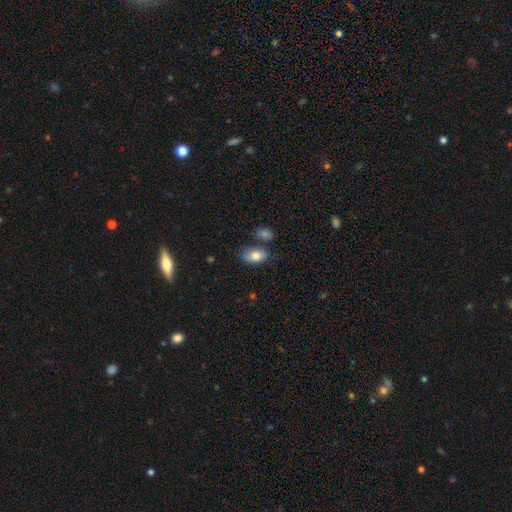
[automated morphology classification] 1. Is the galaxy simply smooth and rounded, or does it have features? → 81% smooth, 12% featured or disk, 7% star or artifact.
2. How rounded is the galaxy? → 91% in between, 7% round, 2% cigar-shaped.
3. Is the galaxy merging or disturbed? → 63% none, 21% minor disturbance, 11% merger, 5% major disturbance.